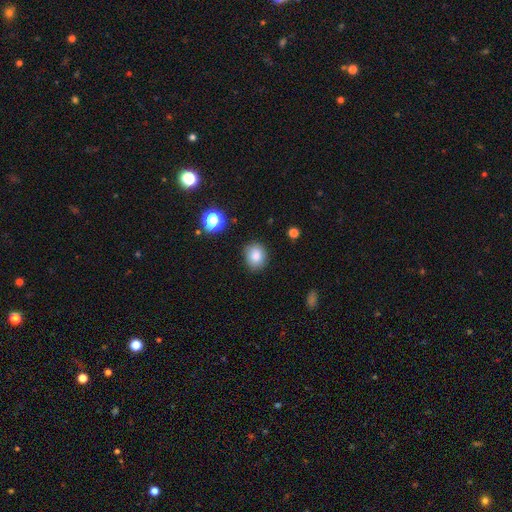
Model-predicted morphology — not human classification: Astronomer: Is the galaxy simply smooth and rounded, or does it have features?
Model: smooth — 85%.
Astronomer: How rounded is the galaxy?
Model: round — 63%.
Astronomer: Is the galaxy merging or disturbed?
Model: none — 84%.